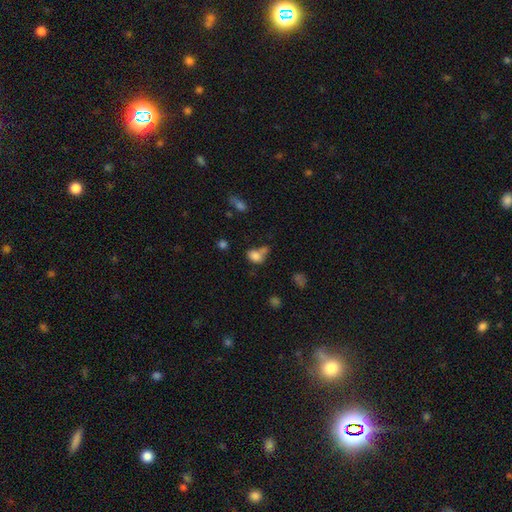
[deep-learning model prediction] The model was most divided on "merging": none: 41%, merger: 33%, minor disturbance: 18%, major disturbance: 9%. More confident: smooth or featured — smooth (80%); how rounded — in between (75%).